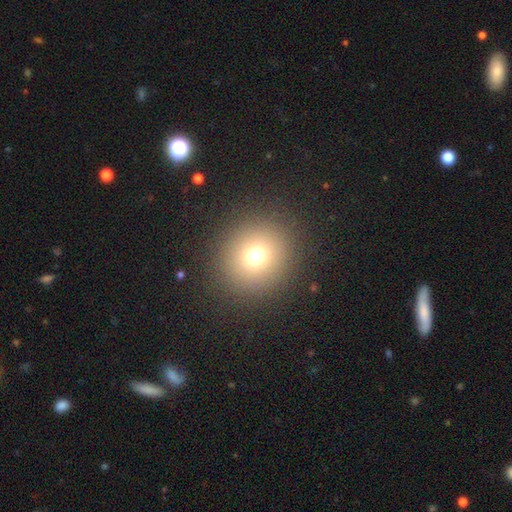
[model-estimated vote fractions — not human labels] Morphology: type=smooth (72%); roundness=round (92%); merging=none (89%).